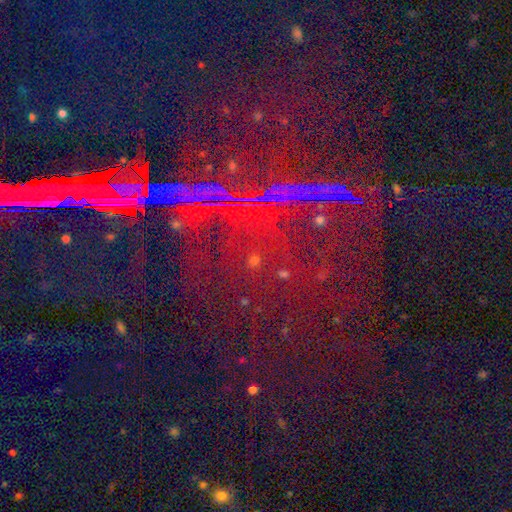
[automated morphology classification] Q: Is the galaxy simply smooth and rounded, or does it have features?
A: star or artifact — 84%.